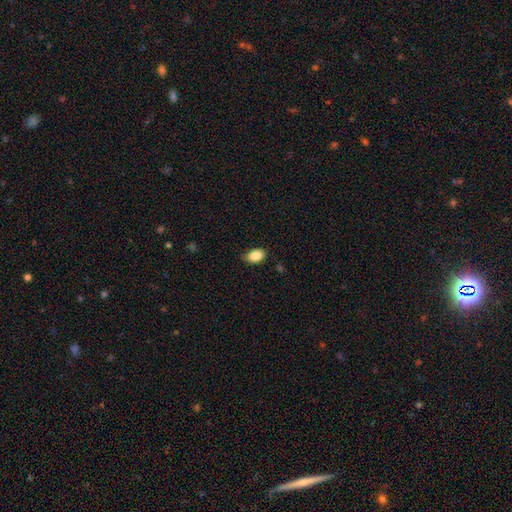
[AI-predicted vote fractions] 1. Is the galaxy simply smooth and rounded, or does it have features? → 87% smooth, 8% star or artifact, 5% featured or disk.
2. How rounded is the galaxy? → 87% in between, 12% round, 1% cigar-shaped.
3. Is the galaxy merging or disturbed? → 80% none, 17% minor disturbance, 3% major disturbance, 1% merger.